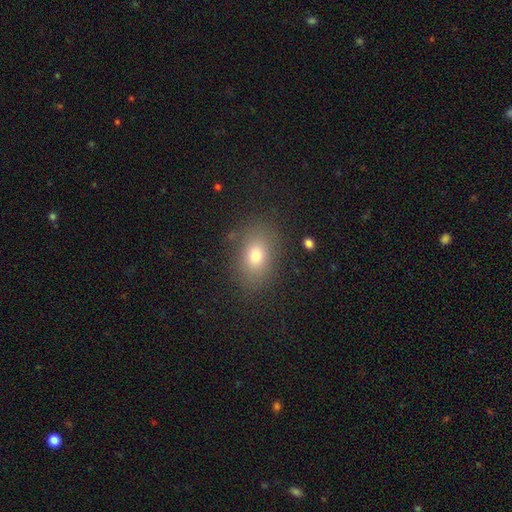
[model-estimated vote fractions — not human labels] A smooth galaxy with no disk features (75%) that is in between round and cigar-shaped (74%). Merging: none (83%).